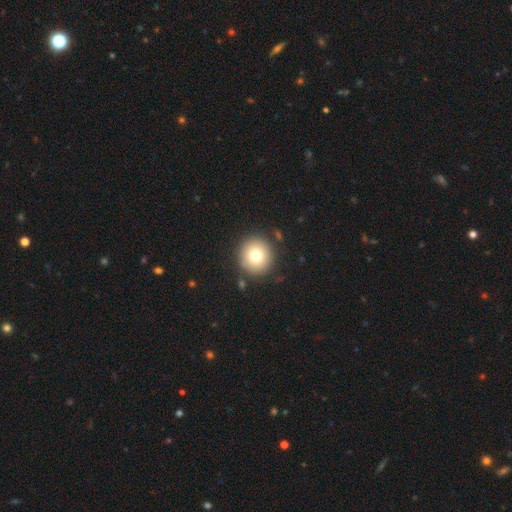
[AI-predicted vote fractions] This appears to be a smooth galaxy with no disk features (76%) that is round (95%). Merging: none (88%).